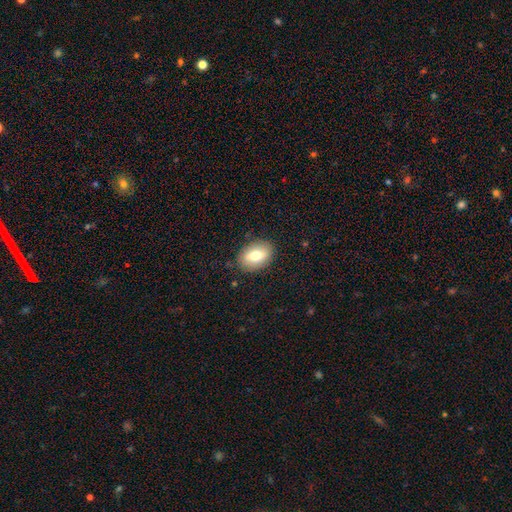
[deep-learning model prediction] A smooth galaxy with no disk features (72%) that is in between round and cigar-shaped (82%). Merging: none (86%).